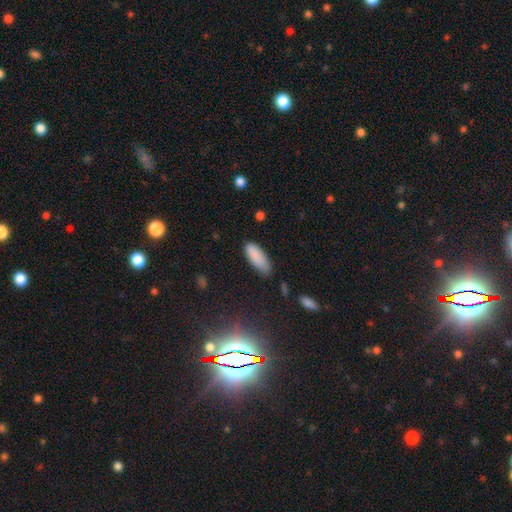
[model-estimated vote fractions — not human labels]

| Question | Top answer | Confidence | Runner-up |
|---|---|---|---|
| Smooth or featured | smooth | 88% | star or artifact (7%) |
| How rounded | in between | 71% | cigar-shaped (28%) |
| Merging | none | 71% | minor disturbance (23%) |